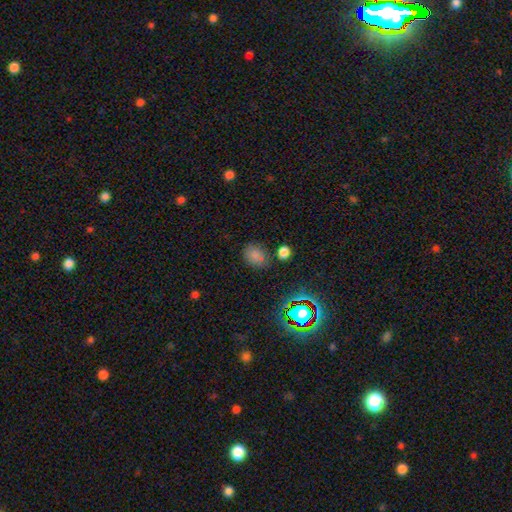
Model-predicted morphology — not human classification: This is likely a smooth galaxy (75%). How rounded: possibly round (51%). Merging: likely none (69%).